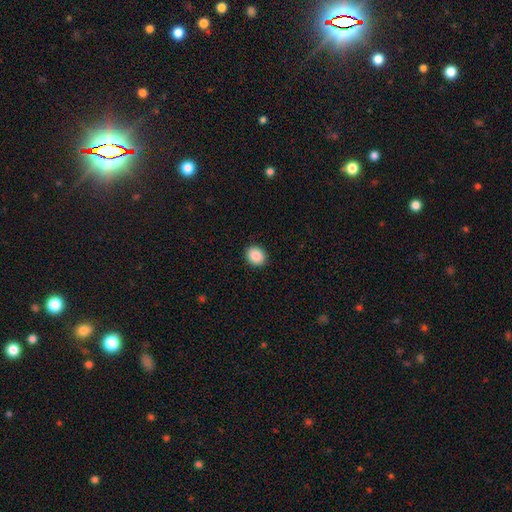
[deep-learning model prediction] smooth-or-featured: smooth: 88% | star or artifact: 8% | featured or disk: 3%
  how-rounded: round: 68% | in between: 31% | cigar-shaped: 1%
  merging: none: 91% | minor disturbance: 6% | major disturbance: 2% | merger: 1%